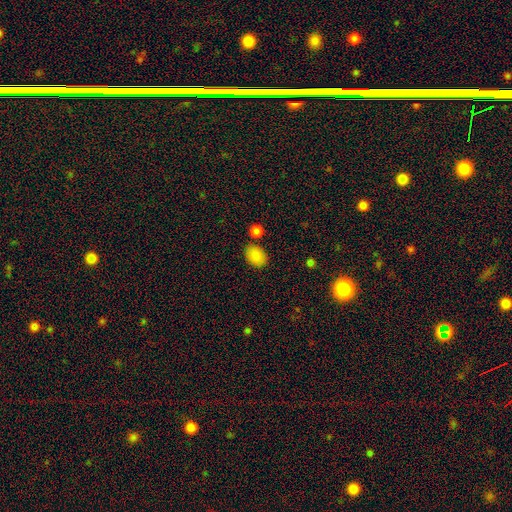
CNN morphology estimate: Smooth or featured? smooth (87%)
How rounded? in between (76%)
Merging? none (78%)